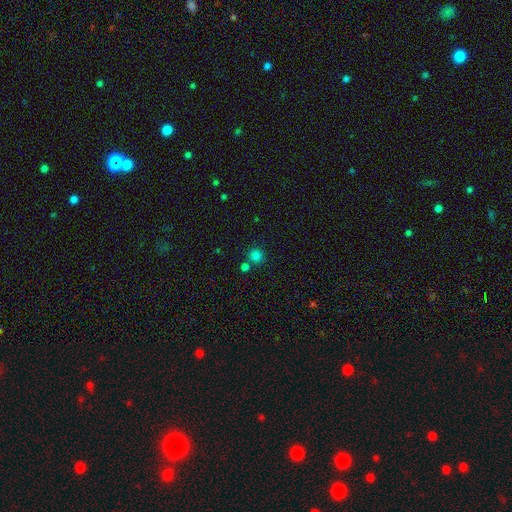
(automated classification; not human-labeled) Overall: smooth (81%). How rounded: round (92%). Merging: none (75%).